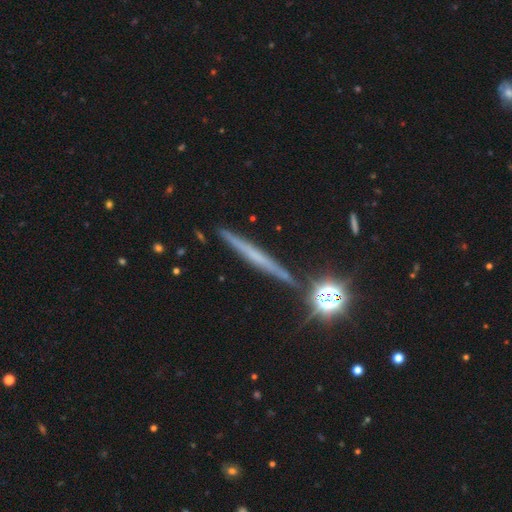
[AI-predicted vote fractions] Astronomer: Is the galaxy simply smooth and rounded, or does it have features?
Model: featured or disk — 53% (runner-up: smooth, 34%).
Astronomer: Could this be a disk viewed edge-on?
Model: yes — 96%.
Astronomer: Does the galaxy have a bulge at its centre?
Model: none — 84%.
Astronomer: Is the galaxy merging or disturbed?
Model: none — 88%.